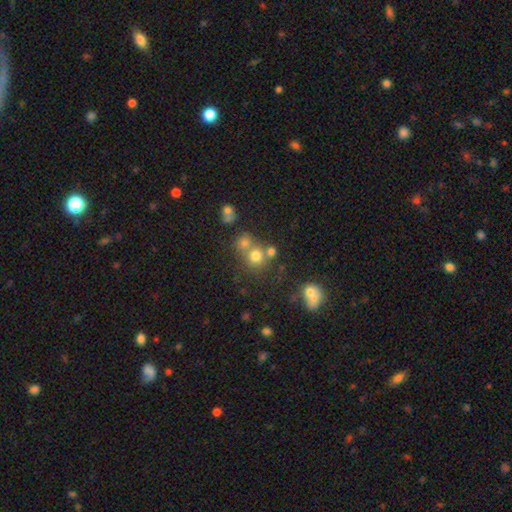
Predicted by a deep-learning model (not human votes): The model was most divided on "merging": none: 55%, merger: 32%, minor disturbance: 9%, major disturbance: 5%. More confident: how rounded — round (87%); smooth or featured — smooth (73%).